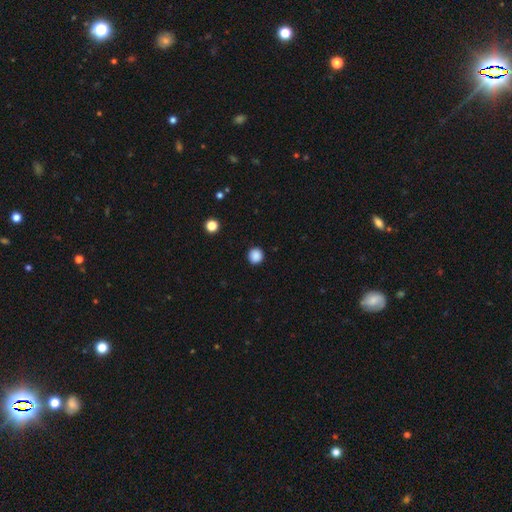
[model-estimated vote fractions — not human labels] Smooth or featured: smooth — 88% (star or artifact — 10%)
How rounded: round — 93% (in between — 6%)
Merging: none — 92% (minor disturbance — 5%)